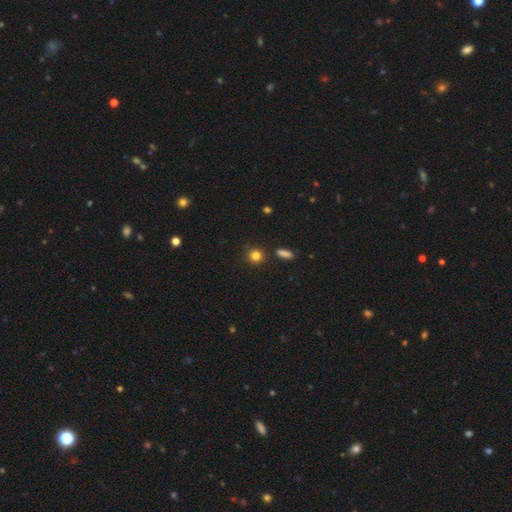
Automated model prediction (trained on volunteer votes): Q: Smooth or featured?
A: smooth (83%); runner-up: star or artifact (12%)
Q: How rounded?
A: round (86%); runner-up: in between (12%)
Q: Merging?
A: none (86%); runner-up: minor disturbance (8%)